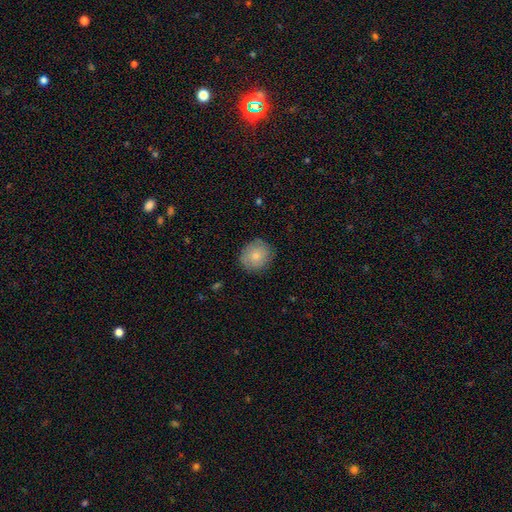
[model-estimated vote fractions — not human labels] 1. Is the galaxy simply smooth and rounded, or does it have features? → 78% smooth, 15% featured or disk, 7% star or artifact.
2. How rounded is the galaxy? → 84% round, 15% in between, 1% cigar-shaped.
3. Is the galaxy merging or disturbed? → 83% none, 13% minor disturbance, 3% major disturbance, 1% merger.